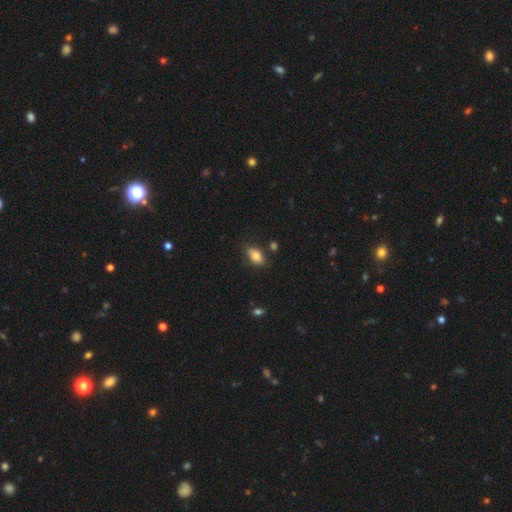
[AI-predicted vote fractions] This is clearly a smooth galaxy (83%). How rounded: clearly in between (87%). Merging: likely none (72%).